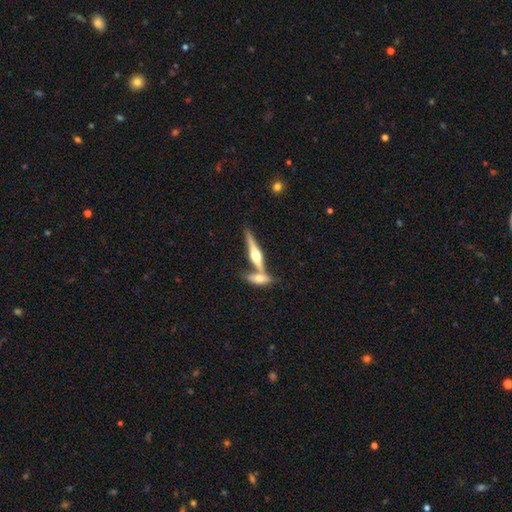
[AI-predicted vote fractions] A featured or disk galaxy (69%) viewed edge-on (96%) with a rounded central bulge (94%). Merging: none (51%).